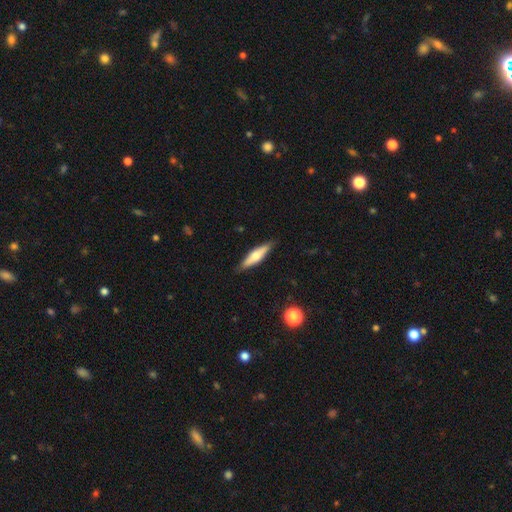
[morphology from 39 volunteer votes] smooth_or_featured: featured or disk (p=0.49) [alt: smooth p=0.41]
disk_edge_on: yes (p=0.95) [alt: no p=0.05]
edge_on_bulge: rounded (p=0.83) [alt: boxy p=0.17]
merging: none (p=0.74) [alt: minor disturbance p=0.23]